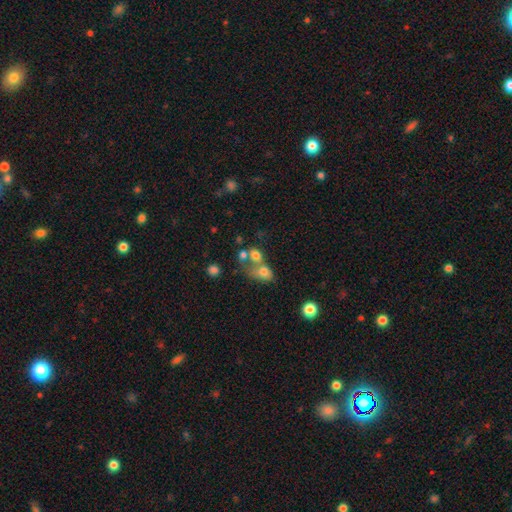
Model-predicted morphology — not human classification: This is likely a smooth galaxy (70%). How rounded: possibly round (53%). Merging: possibly merger (60%).